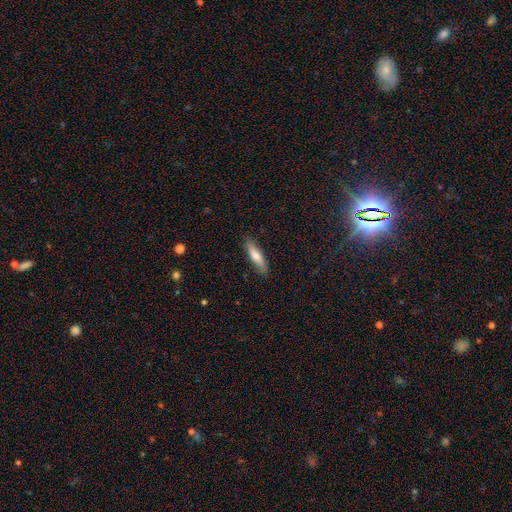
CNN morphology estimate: A smooth galaxy with no disk features (65%) that is cigar-shaped (72%). Merging: none (87%).